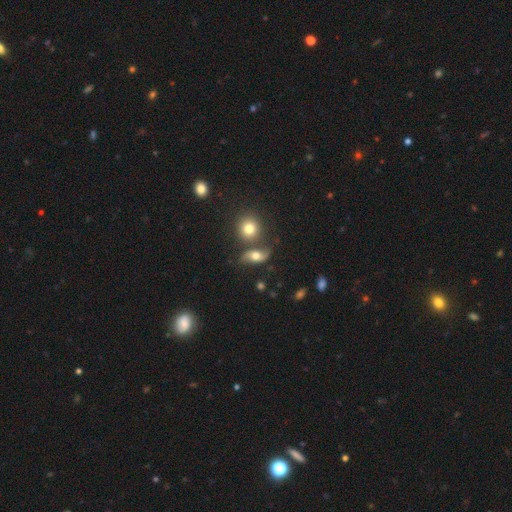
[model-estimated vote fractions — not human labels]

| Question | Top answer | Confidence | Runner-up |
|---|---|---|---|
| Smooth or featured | featured or disk | 48% | smooth (41%) |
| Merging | none | 58% | minor disturbance (18%) |